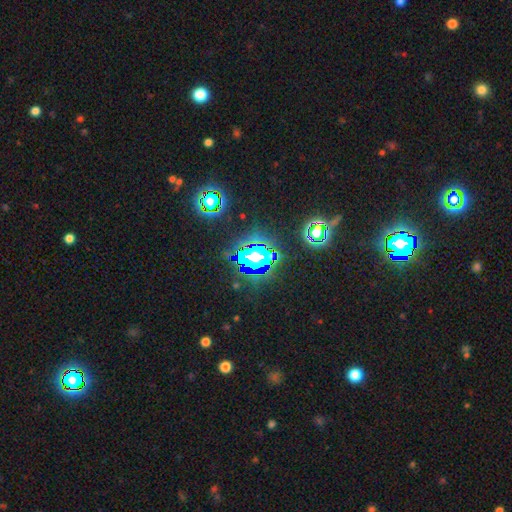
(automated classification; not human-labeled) smooth-or-featured: star or artifact: 74% | smooth: 16% | featured or disk: 10%